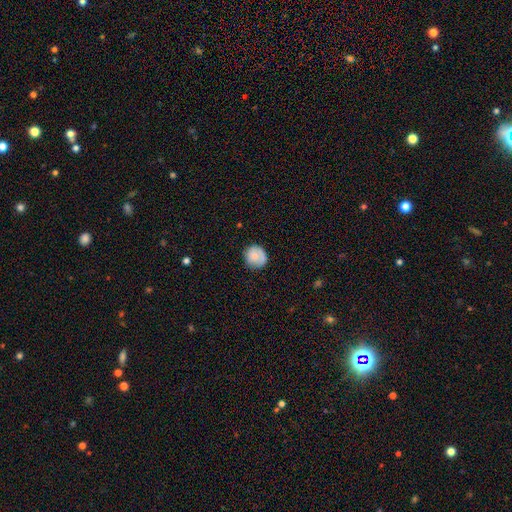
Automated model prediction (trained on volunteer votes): A smooth galaxy with no disk features (75%) that is round (86%).

Vote fractions:
- Smooth or featured? smooth: 75% / featured or disk: 18% / star or artifact: 7%
- How rounded? round: 86% / in between: 13% / cigar-shaped: 1%
- Merging? none: 77% / minor disturbance: 17% / major disturbance: 4% / merger: 1%